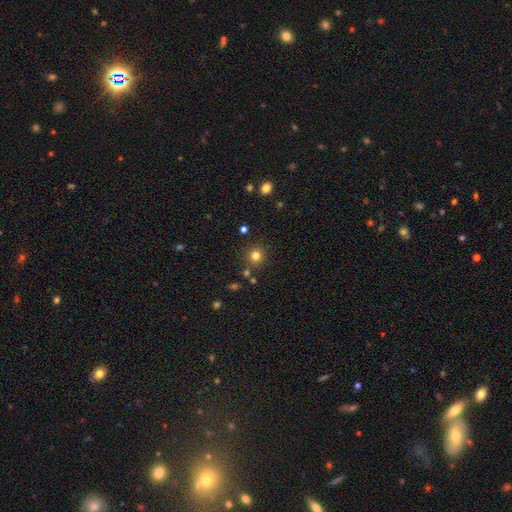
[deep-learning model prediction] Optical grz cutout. It shows a smooth galaxy with no disk features (79%) that is round (93%). Merging: none (85%).